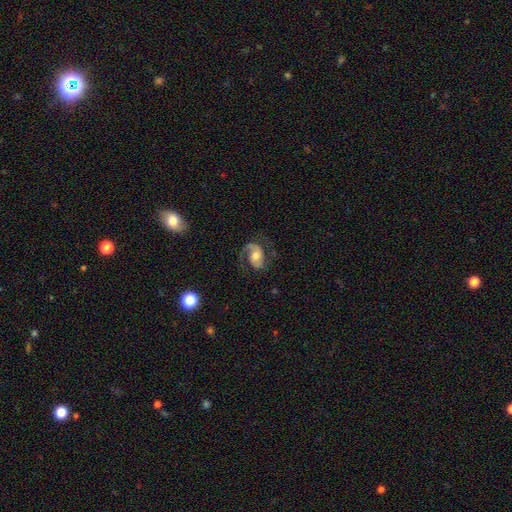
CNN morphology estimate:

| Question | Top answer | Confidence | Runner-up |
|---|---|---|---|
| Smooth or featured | featured or disk | 80% | smooth (14%) |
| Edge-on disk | no | 97% | yes (3%) |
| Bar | no | 55% | weak (33%) |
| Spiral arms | yes | 95% | no (5%) |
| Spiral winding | medium | 50% | loose (29%) |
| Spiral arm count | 2 | 65% | 1 (29%) |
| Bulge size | moderate | 60% | small (18%) |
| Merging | none | 61% | major disturbance (20%) |